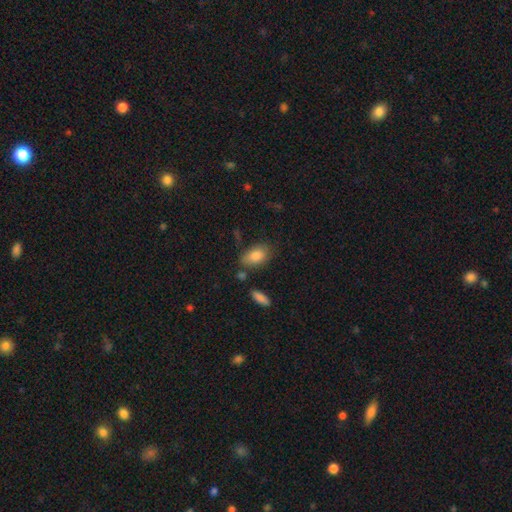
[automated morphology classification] This appears to be a smooth galaxy with no disk features (84%) that is in between round and cigar-shaped (90%). Merging: none (70%).